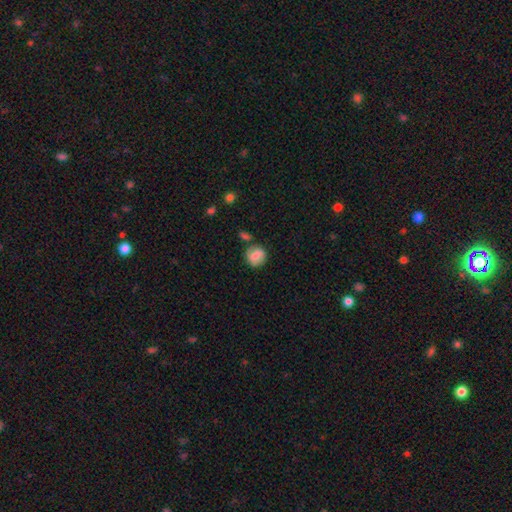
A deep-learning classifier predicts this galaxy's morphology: This appears to be a smooth galaxy with no disk features (64%) that is round (81%). Merging: none (64%).